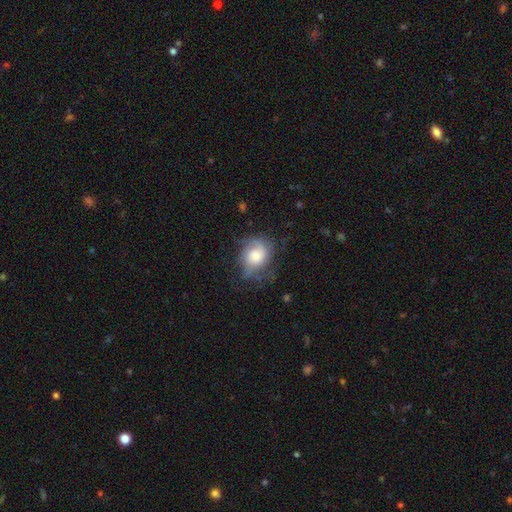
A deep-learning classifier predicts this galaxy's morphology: featured or disk 53%, smooth 39%, star or artifact 8%. Down the decision tree: edge-on disk — no (96%); bar — no (77%); spiral arms — yes (81%); bulge size — moderate (46%); merging — none (53%).